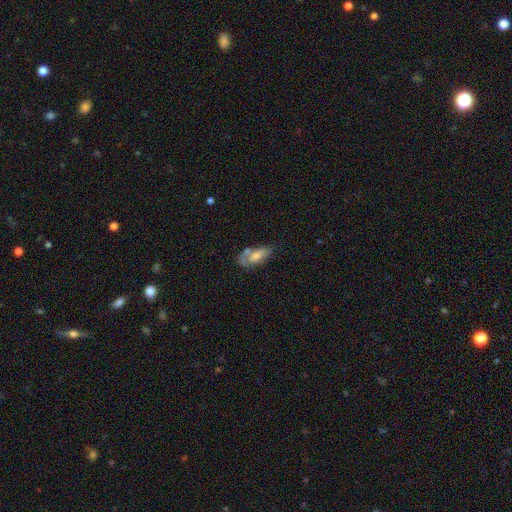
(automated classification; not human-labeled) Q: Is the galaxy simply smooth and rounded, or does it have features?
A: smooth — 53%.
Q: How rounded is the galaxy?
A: in between — 78%.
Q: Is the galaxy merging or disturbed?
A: none — 43%.